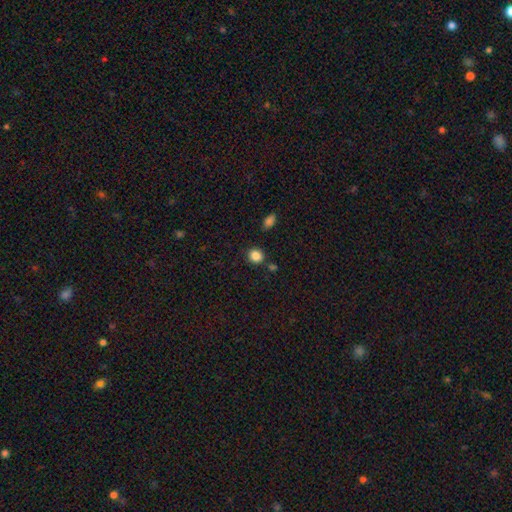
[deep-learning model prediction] A smooth galaxy with no disk features (86%) that is round (84%). Merging: none (83%).